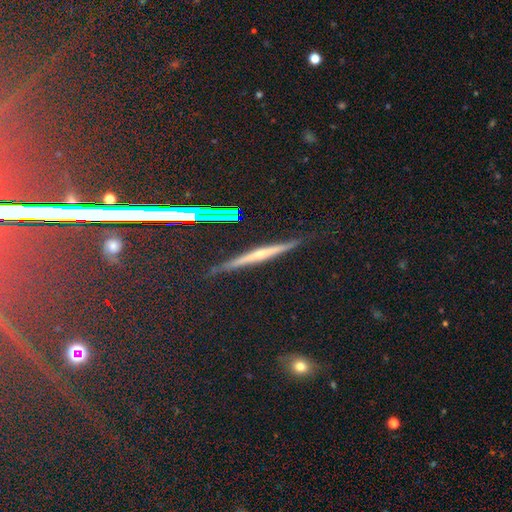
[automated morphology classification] Smooth or featured? Predicted: featured or disk (p=0.42). Merging? Predicted: none (p=0.88).